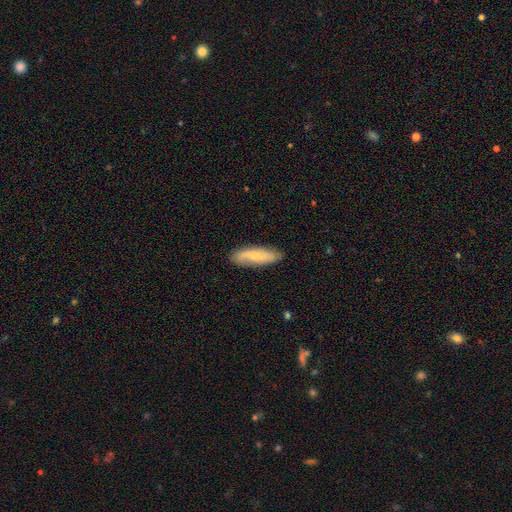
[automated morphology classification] A smooth galaxy with no disk features (62%) that is cigar-shaped (52%). Merging: none (84%).